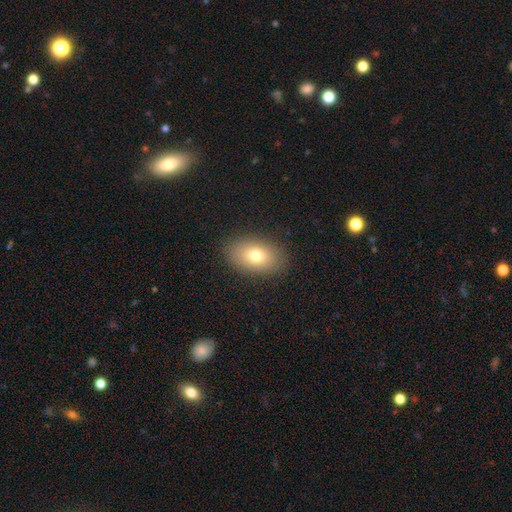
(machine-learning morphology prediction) Smooth or featured?
  - smooth: 76% *
  - featured or disk: 14%
  - star or artifact: 10%
How rounded?
  - in between: 87% *
  - round: 11%
  - cigar-shaped: 1%
Merging?
  - none: 88% *
  - minor disturbance: 9%
  - major disturbance: 3%
  - merger: 1%